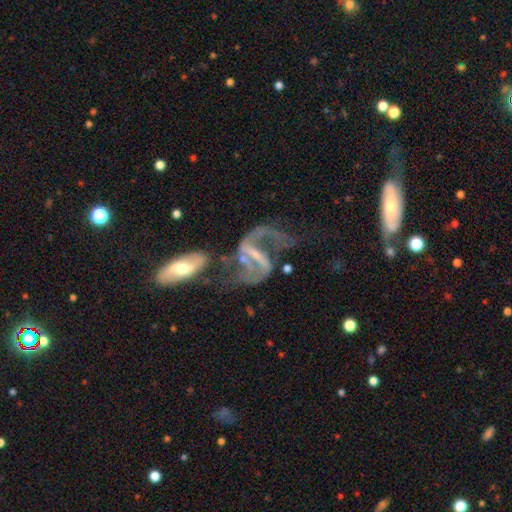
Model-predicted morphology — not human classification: Smooth or featured? featured or disk (87%)
Edge-on disk? no (96%)
Bar? strong (62%)
Spiral arms? yes (87%)
Spiral winding? loose (62%)
Spiral arm count? 2 (86%)
Bulge size? small (50%)
Merging? none (31%)